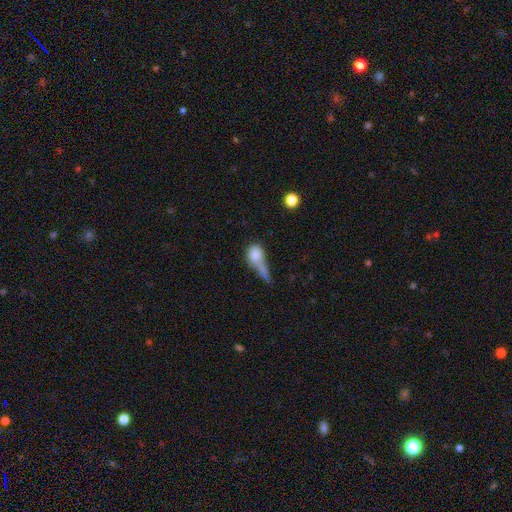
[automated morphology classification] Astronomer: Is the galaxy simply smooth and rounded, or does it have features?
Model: smooth — 73%.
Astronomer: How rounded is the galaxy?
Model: round — 46% (runner-up: in between, 43%).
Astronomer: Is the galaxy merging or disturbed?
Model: merger — 33% (runner-up: major disturbance, 27%).